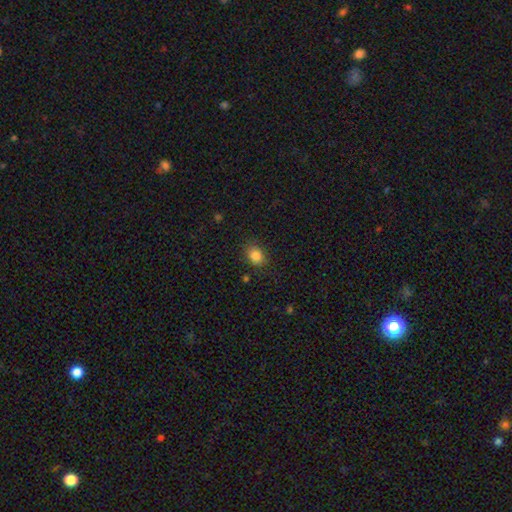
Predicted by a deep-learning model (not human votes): smooth-or-featured: smooth: 84% | star or artifact: 11% | featured or disk: 5%
  how-rounded: in between: 55% | round: 44% | cigar-shaped: 1%
  merging: none: 84% | minor disturbance: 12% | major disturbance: 3% | merger: 1%